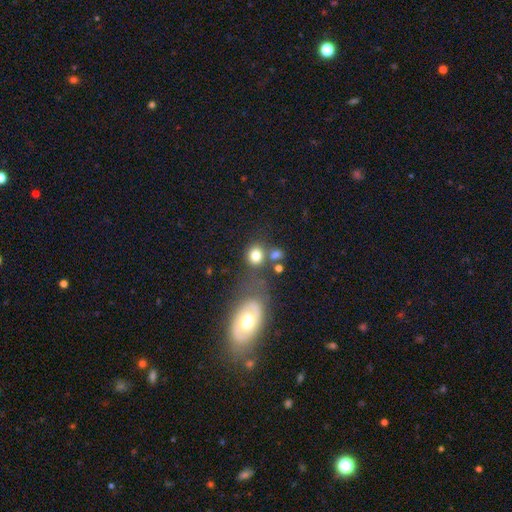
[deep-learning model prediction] This appears to be a smooth galaxy with no disk features (77%) that is round (73%). Merging: none (60%).